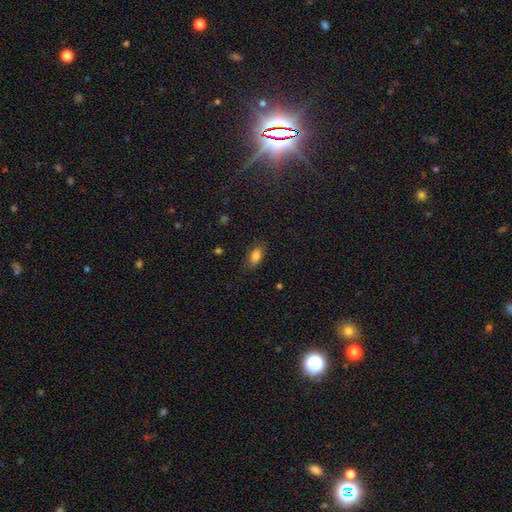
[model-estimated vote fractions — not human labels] Morphology: type=smooth (83%); roundness=in between (88%); merging=none (80%).